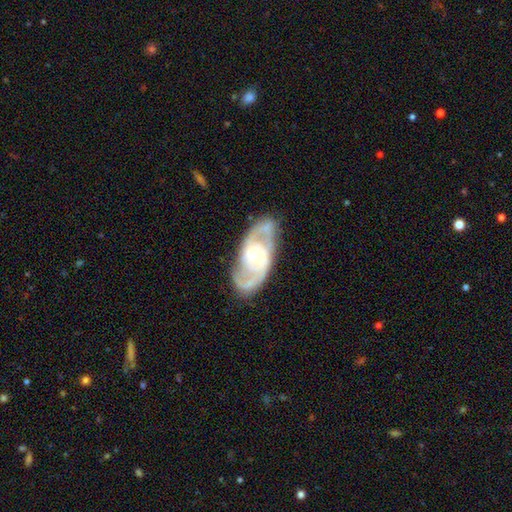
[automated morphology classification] Smooth or featured? featured or disk (87%)
Edge-on disk? no (94%)
Bar? no (51%)
Spiral arms? yes (95%)
Spiral winding? medium (50%)
Spiral arm count? 2 (85%)
Bulge size? moderate (52%)
Merging? none (81%)